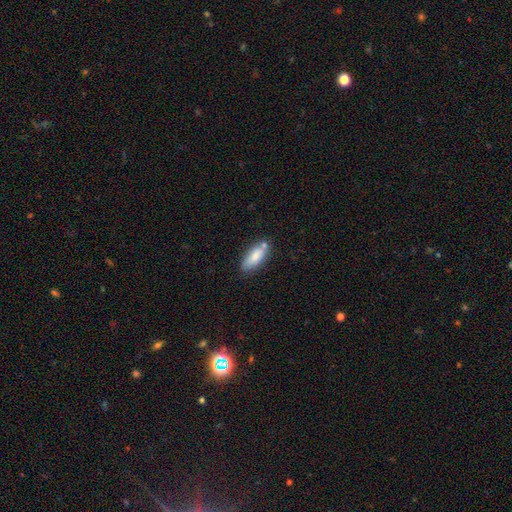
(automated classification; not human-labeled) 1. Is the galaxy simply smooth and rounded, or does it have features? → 79% smooth, 15% featured or disk, 7% star or artifact.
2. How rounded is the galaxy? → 70% in between, 28% cigar-shaped, 2% round.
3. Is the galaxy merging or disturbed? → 69% none, 17% minor disturbance, 10% merger, 4% major disturbance.